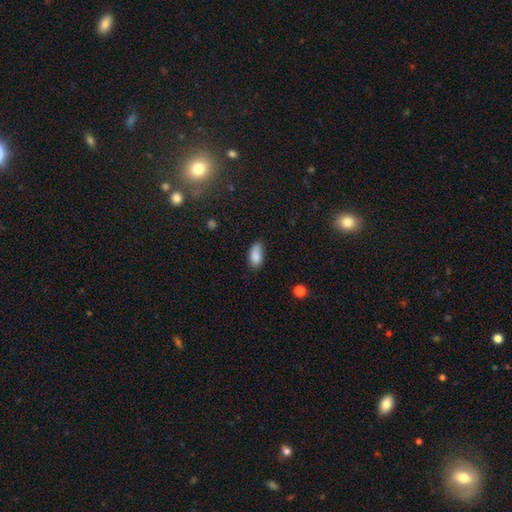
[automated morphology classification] smooth-or-featured: smooth: 86% | star or artifact: 8% | featured or disk: 6%
  how-rounded: in between: 92% | cigar-shaped: 5% | round: 4%
  merging: none: 67% | minor disturbance: 27% | major disturbance: 5% | merger: 2%